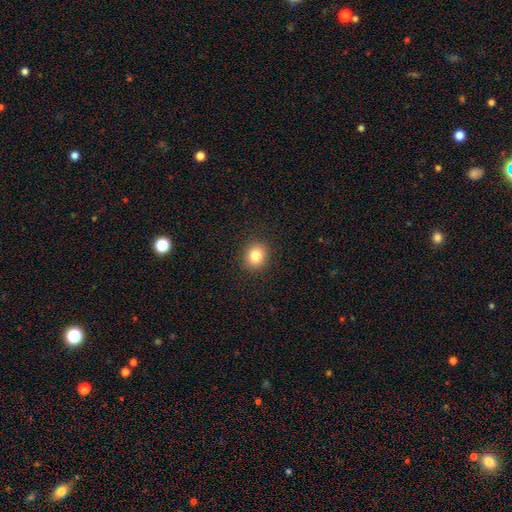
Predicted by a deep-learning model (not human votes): smooth 82%, star or artifact 11%, featured or disk 7%. Down the decision tree: how rounded — round (74%); merging — none (91%).